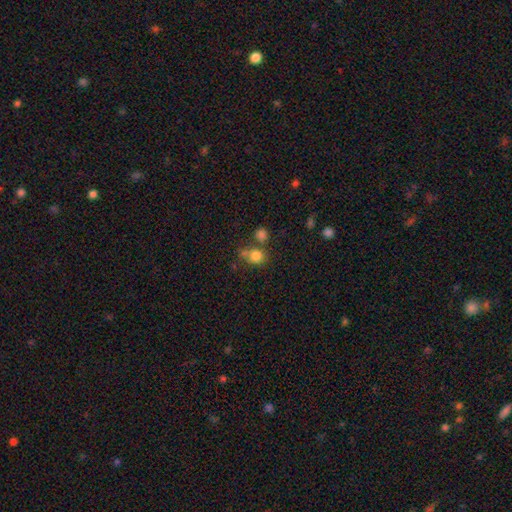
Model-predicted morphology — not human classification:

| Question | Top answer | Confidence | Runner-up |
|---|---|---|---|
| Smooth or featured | smooth | 80% | star or artifact (13%) |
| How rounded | round | 77% | in between (22%) |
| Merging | none | 57% | merger (24%) |